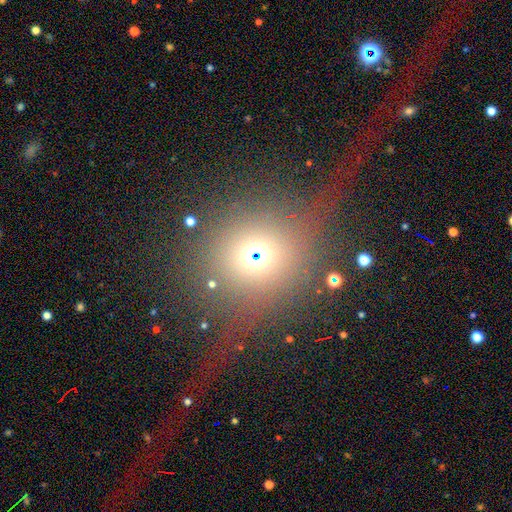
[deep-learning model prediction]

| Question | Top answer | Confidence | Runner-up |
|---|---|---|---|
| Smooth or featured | smooth | 60% | star or artifact (31%) |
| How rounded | round | 79% | in between (20%) |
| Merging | none | 79% | minor disturbance (9%) |